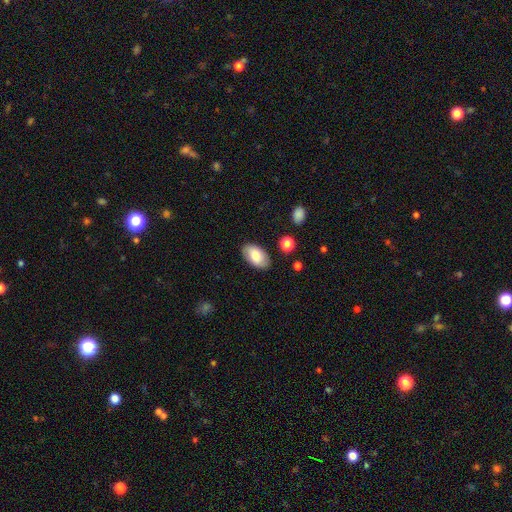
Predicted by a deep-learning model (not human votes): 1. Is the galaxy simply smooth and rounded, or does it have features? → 80% smooth, 13% featured or disk, 7% star or artifact.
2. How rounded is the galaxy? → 95% in between, 4% round, 1% cigar-shaped.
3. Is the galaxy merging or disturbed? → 85% none, 11% minor disturbance, 2% major disturbance, 2% merger.